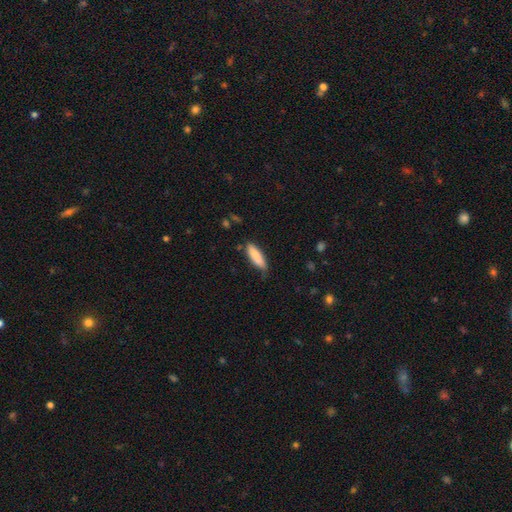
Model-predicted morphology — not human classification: type=smooth (84%); roundness=cigar-shaped (54%); merging=none (73%).